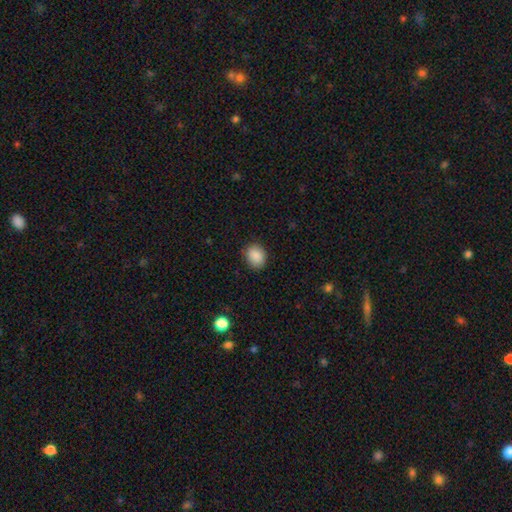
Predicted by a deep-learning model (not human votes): The model was most divided on "how rounded": round: 54%, in between: 45%, cigar-shaped: 1%. More confident: smooth or featured — smooth (88%); merging — none (86%).